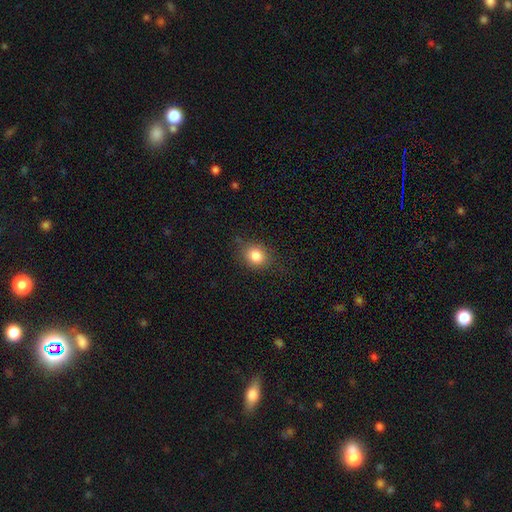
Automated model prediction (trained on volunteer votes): The model was most divided on "how rounded": round: 65%, in between: 34%, cigar-shaped: 1%. More confident: smooth or featured — smooth (83%); merging — none (78%).